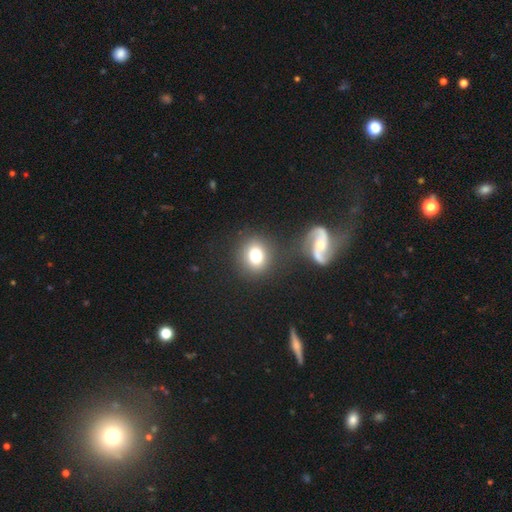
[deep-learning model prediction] smooth-or-featured: smooth: 76% | featured or disk: 14% | star or artifact: 9%
  how-rounded: round: 71% | in between: 27% | cigar-shaped: 1%
  merging: none: 78% | minor disturbance: 10% | merger: 8% | major disturbance: 4%